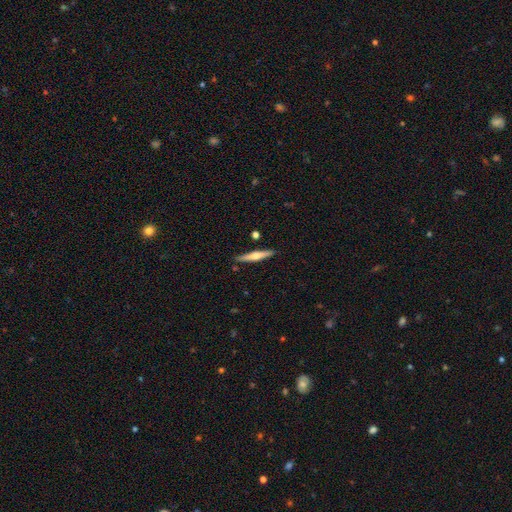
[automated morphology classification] Smooth or featured? Predicted: featured or disk (p=0.57). Edge-on disk? Predicted: yes (p=0.97). Edge-on bulge? Predicted: rounded (p=0.88). Merging? Predicted: none (p=0.89).